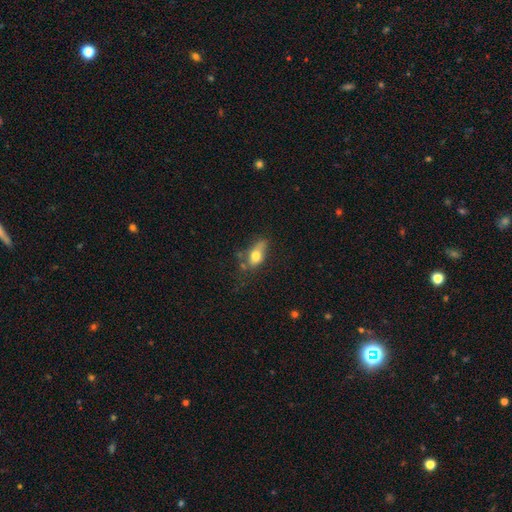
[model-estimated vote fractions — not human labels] Q: Smooth or featured?
A: smooth (71%); runner-up: featured or disk (20%)
Q: How rounded?
A: in between (81%); runner-up: round (10%)
Q: Merging?
A: none (40%); runner-up: minor disturbance (33%)